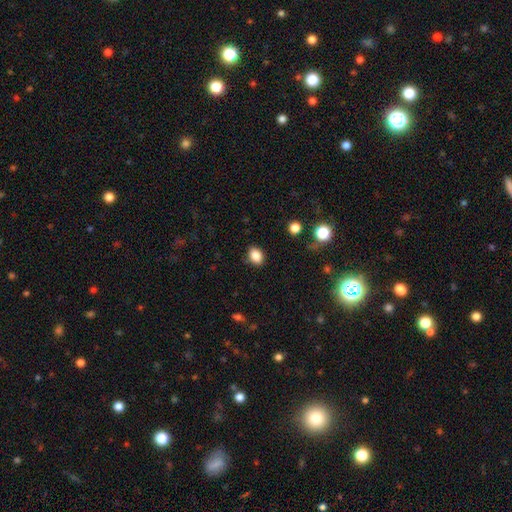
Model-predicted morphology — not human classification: Smooth or featured? Predicted: smooth (p=0.86). How rounded? Predicted: in between (p=0.67). Merging? Predicted: none (p=0.86).